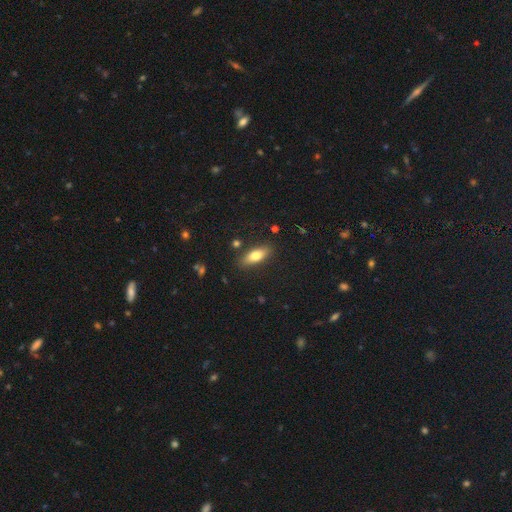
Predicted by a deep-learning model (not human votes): Smooth or featured: smooth — 73% (featured or disk — 20%)
How rounded: in between — 70% (cigar-shaped — 26%)
Merging: none — 85% (minor disturbance — 11%)